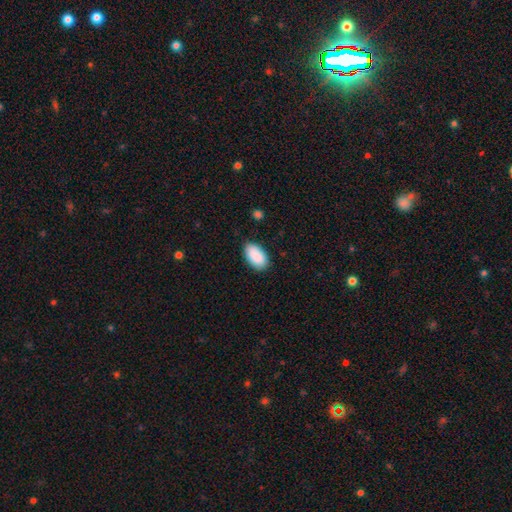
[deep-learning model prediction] smooth-or-featured: smooth: 91% | star or artifact: 6% | featured or disk: 3%
  how-rounded: in between: 95% | round: 4% | cigar-shaped: 2%
  merging: none: 85% | minor disturbance: 12% | major disturbance: 2% | merger: 1%